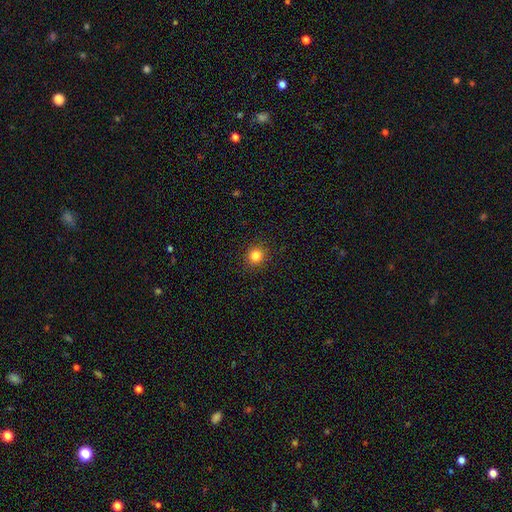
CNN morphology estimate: Smooth or featured?
  - smooth: 83% *
  - star or artifact: 12%
  - featured or disk: 5%
How rounded?
  - round: 89% *
  - in between: 10%
  - cigar-shaped: 1%
Merging?
  - none: 91% *
  - minor disturbance: 6%
  - major disturbance: 2%
  - merger: 1%